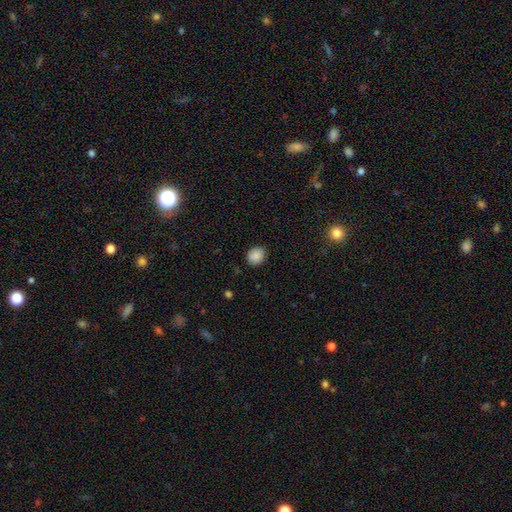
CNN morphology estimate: A smooth galaxy with no disk features (88%) that is round (66%).

Vote fractions:
- Smooth or featured? smooth: 88% / star or artifact: 9% / featured or disk: 3%
- How rounded? round: 66% / in between: 33% / cigar-shaped: 1%
- Merging? none: 86% / minor disturbance: 10% / major disturbance: 2% / merger: 1%